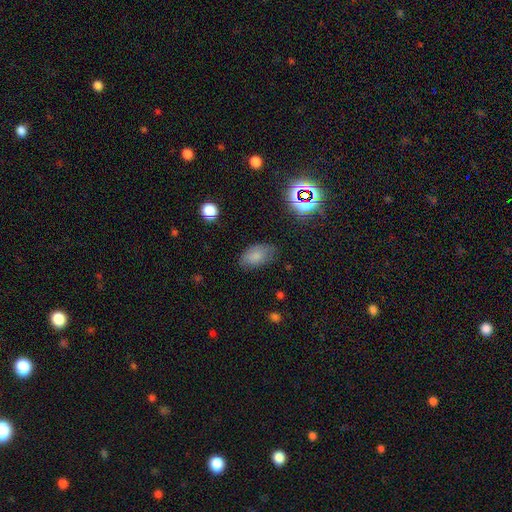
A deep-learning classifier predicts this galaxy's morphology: type=smooth (78%); roundness=in between (92%); merging=none (74%).